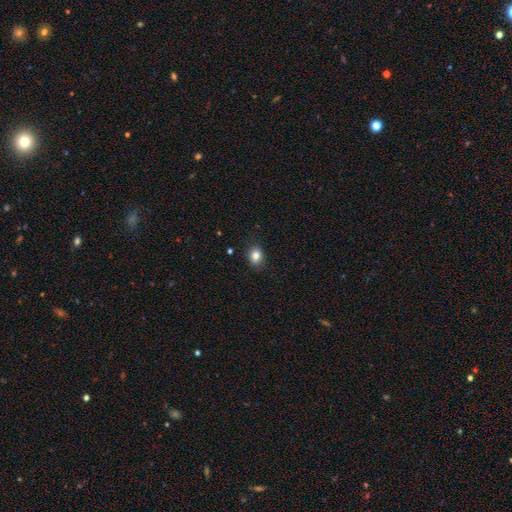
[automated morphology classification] Smooth or featured? smooth (83%)
How rounded? in between (50%)
Merging? none (84%)